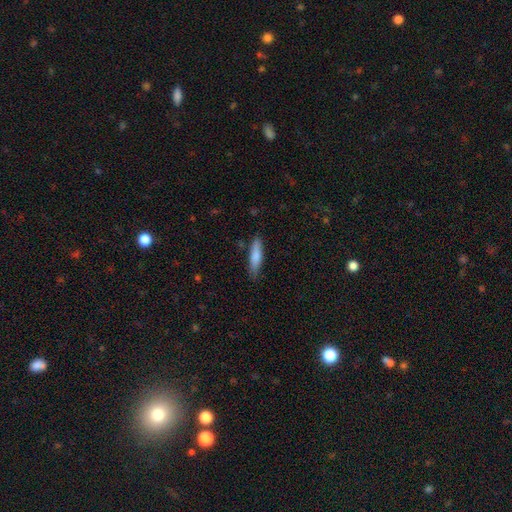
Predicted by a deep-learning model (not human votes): Overall: smooth (79%). How rounded: cigar-shaped (76%). Merging: none (82%).